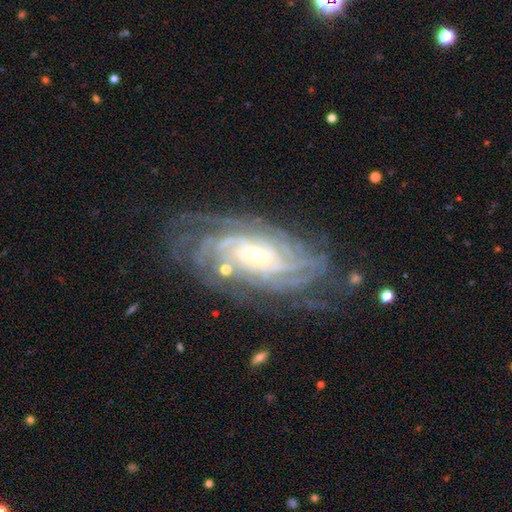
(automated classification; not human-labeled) Morphology: type=featured or disk (89%); edge-on=no (95%); bar=no (66%); spiral arms=yes (98%); winding=tight (78%); arm count=more than 4 (28%); bulge=small (75%); merging=none (73%).